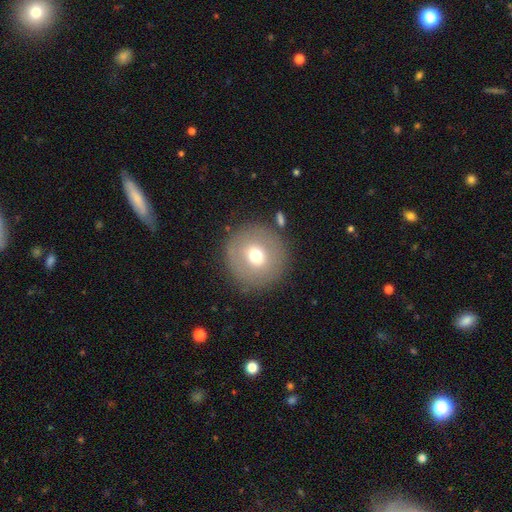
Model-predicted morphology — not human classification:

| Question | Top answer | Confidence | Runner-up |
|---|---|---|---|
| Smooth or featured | smooth | 66% | featured or disk (24%) |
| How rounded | round | 95% | in between (4%) |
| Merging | none | 86% | minor disturbance (8%) |